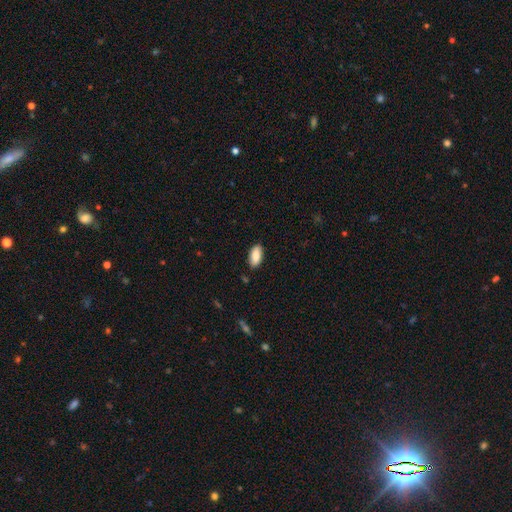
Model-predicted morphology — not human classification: Smooth or featured? Predicted: smooth (p=0.85). How rounded? Predicted: in between (p=0.90). Merging? Predicted: none (p=0.86).